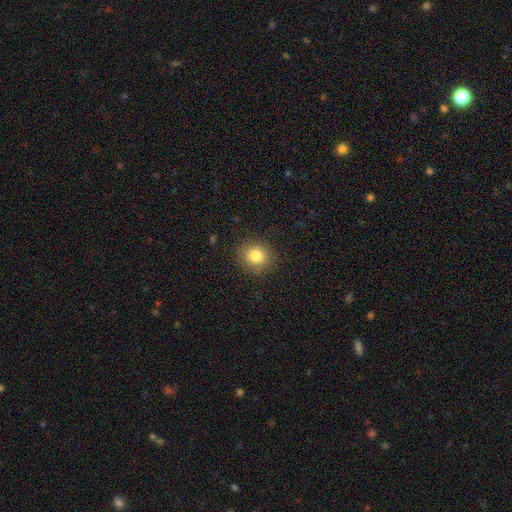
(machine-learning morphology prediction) A smooth galaxy with no disk features (83%) that is round (83%).

Vote fractions:
- Smooth or featured? smooth: 83% / star or artifact: 11% / featured or disk: 6%
- How rounded? round: 83% / in between: 16% / cigar-shaped: 1%
- Merging? none: 88% / minor disturbance: 8% / major disturbance: 3% / merger: 1%